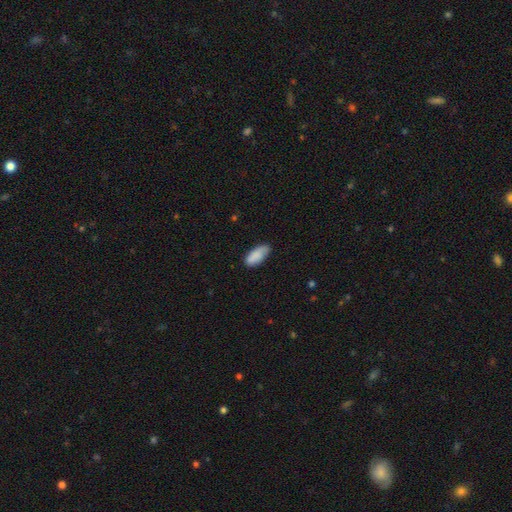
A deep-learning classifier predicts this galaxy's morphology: A smooth galaxy with no disk features (87%) that is in between round and cigar-shaped (87%). Merging: none (75%).